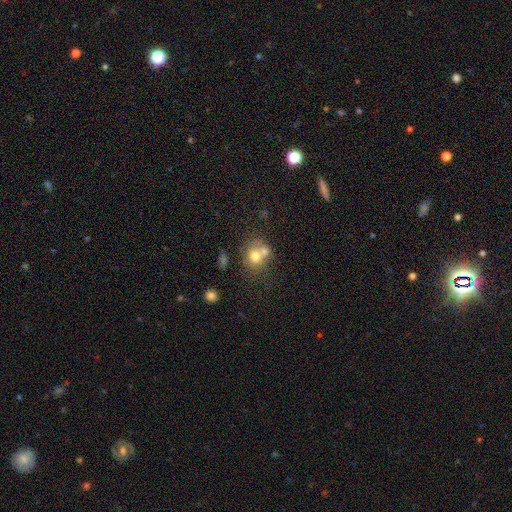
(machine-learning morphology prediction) This appears to be a smooth galaxy with no disk features (69%) that is round (66%). Merging: merger (51%).